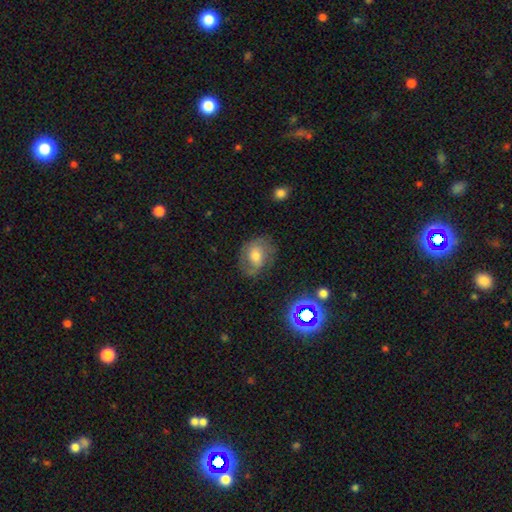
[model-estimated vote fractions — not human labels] Smooth or featured? featured or disk (47%)
Merging? none (64%)